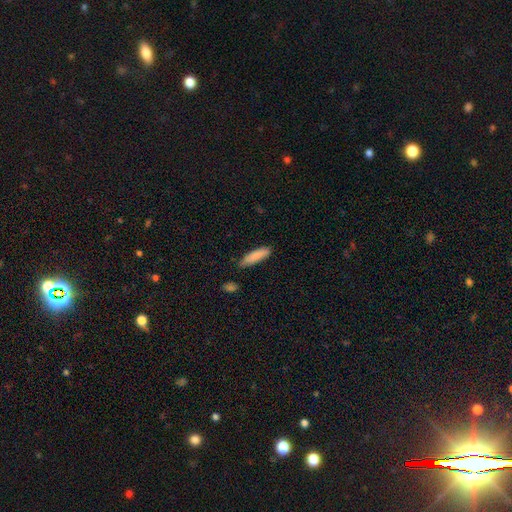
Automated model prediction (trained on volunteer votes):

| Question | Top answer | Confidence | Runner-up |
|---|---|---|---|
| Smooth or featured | smooth | 86% | featured or disk (8%) |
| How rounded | cigar-shaped | 66% | in between (33%) |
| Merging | none | 79% | minor disturbance (16%) |